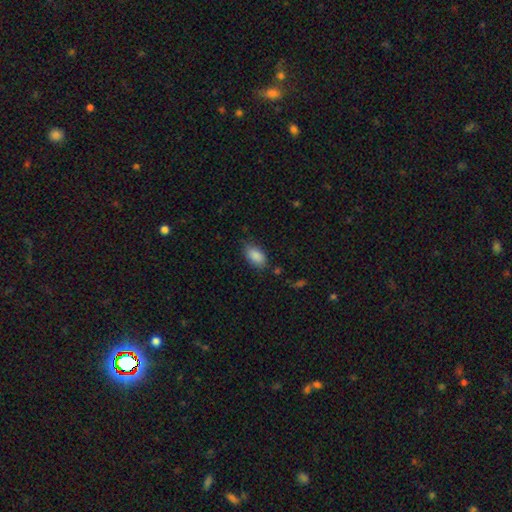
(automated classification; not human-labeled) smooth_or_featured: smooth (p=0.88) [alt: star or artifact p=0.07]
how_rounded: in between (p=0.91) [alt: round p=0.06]
merging: none (p=0.76) [alt: minor disturbance p=0.18]